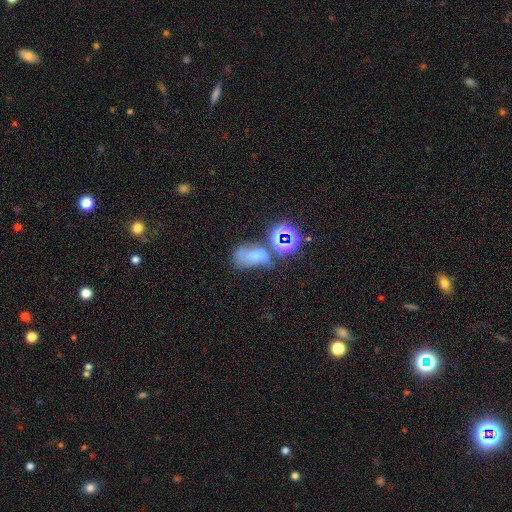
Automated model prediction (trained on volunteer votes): Smooth or featured?
  - smooth: 40% *
  - featured or disk: 32%
  - star or artifact: 28%
Merging?
  - merger: 31% *
  - none: 28%
  - major disturbance: 20%
  - minor disturbance: 20%